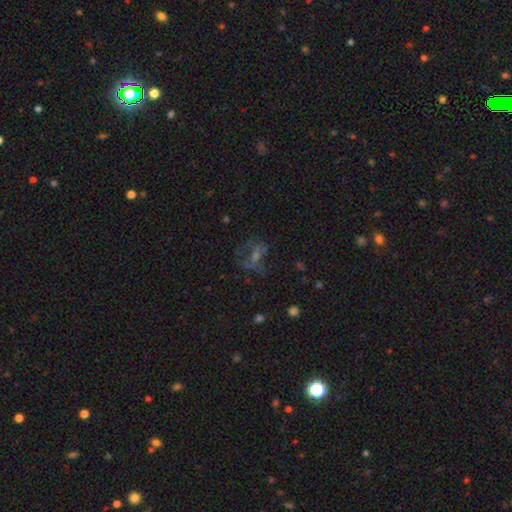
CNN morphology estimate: A featured or disk galaxy (41%).

Vote fractions:
- Smooth or featured? featured or disk: 41% / star or artifact: 33% / smooth: 26%
- Merging? none: 50% / major disturbance: 28% / minor disturbance: 17% / merger: 4%